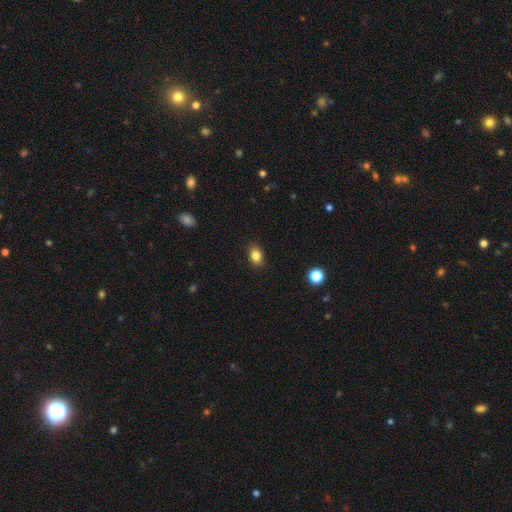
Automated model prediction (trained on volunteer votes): This is clearly a smooth galaxy (83%). How rounded: likely in between (73%). Merging: clearly none (87%).